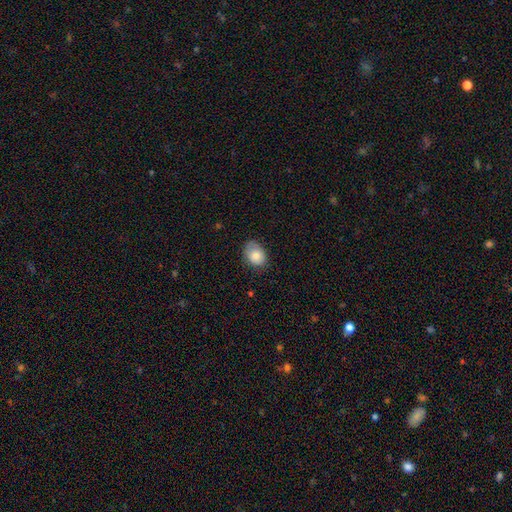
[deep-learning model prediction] smooth_or_featured: smooth (p=0.77) [alt: featured or disk p=0.15]
how_rounded: in between (p=0.67) [alt: round p=0.32]
merging: none (p=0.68) [alt: minor disturbance p=0.25]